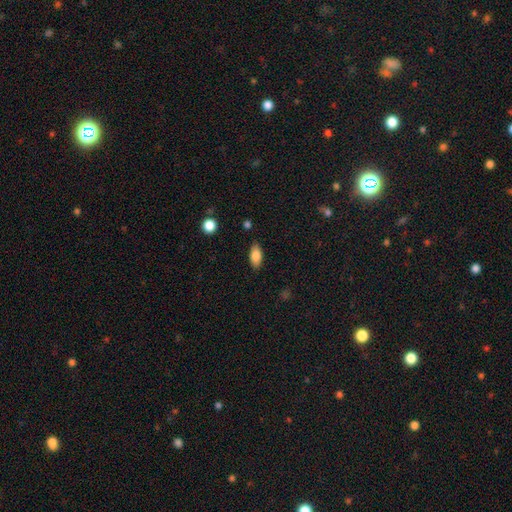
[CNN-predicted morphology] Q: Smooth or featured?
A: smooth (83%); runner-up: featured or disk (9%)
Q: How rounded?
A: in between (89%); runner-up: cigar-shaped (8%)
Q: Merging?
A: none (84%); runner-up: minor disturbance (11%)